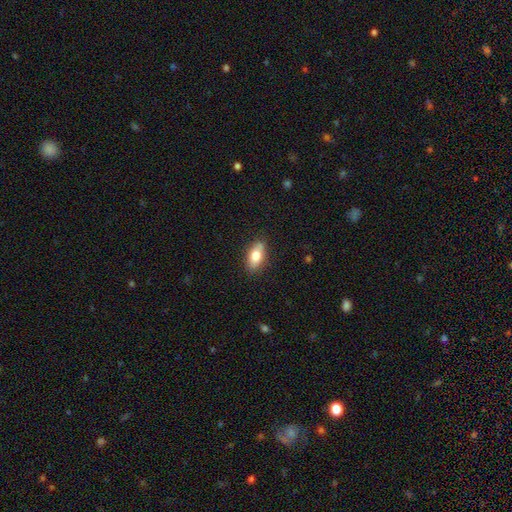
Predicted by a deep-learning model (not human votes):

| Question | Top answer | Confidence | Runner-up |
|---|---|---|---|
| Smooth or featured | smooth | 76% | featured or disk (17%) |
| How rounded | in between | 88% | cigar-shaped (8%) |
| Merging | none | 80% | minor disturbance (15%) |